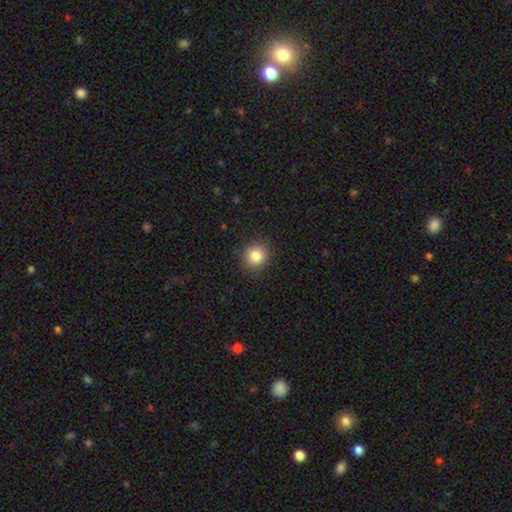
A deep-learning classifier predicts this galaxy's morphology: Smooth or featured: smooth — 84% (star or artifact — 11%)
How rounded: round — 89% (in between — 10%)
Merging: none — 90% (minor disturbance — 7%)